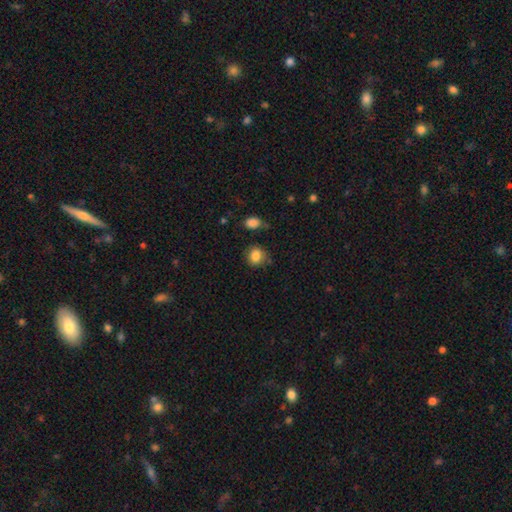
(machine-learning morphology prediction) A smooth galaxy with no disk features (85%) that is round (70%).

Vote fractions:
- Smooth or featured? smooth: 85% / star or artifact: 9% / featured or disk: 6%
- How rounded? round: 70% / in between: 29% / cigar-shaped: 1%
- Merging? none: 74% / minor disturbance: 17% / major disturbance: 5% / merger: 4%